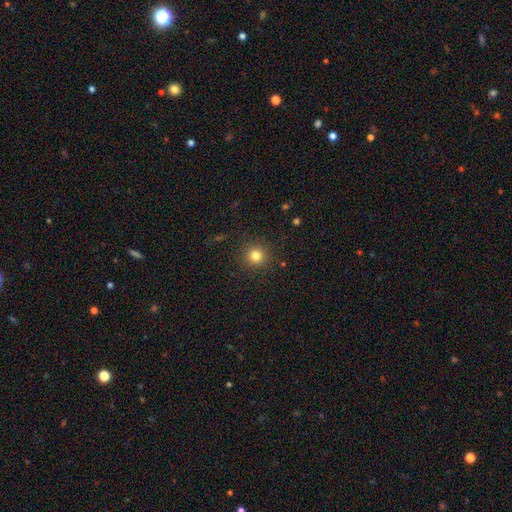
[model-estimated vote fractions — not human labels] Overall: smooth (80%). How rounded: round (94%). Merging: none (90%).